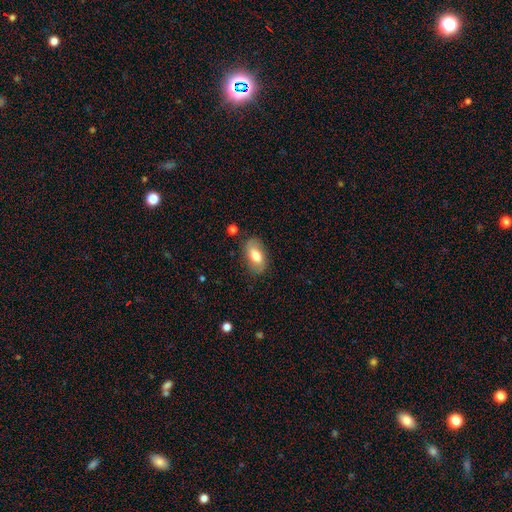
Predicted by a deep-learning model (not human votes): Q: Smooth or featured?
A: smooth (66%); runner-up: featured or disk (27%)
Q: How rounded?
A: in between (90%); runner-up: round (6%)
Q: Merging?
A: none (79%); runner-up: minor disturbance (15%)